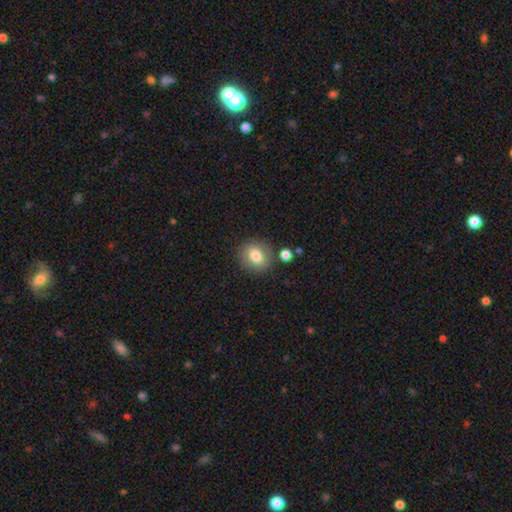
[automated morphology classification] Smooth or featured? smooth (79%)
How rounded? round (75%)
Merging? none (81%)